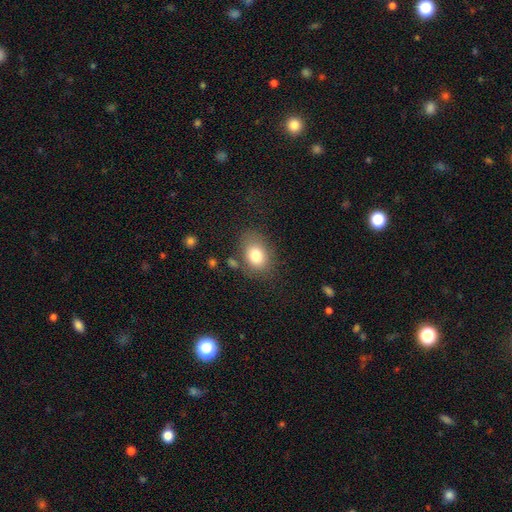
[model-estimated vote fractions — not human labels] smooth 79%, featured or disk 12%, star or artifact 9%. Down the decision tree: how rounded — in between (73%); merging — none (71%).